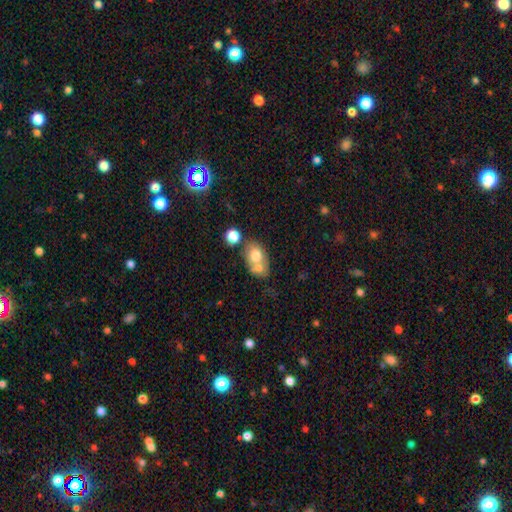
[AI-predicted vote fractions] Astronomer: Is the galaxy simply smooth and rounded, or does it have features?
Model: smooth — 69%.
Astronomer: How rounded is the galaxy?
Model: in between — 69%.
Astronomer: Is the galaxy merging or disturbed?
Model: merger — 52% (runner-up: none, 33%).